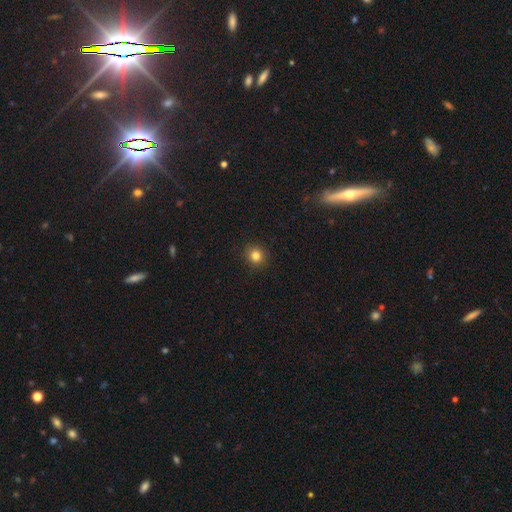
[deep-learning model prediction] This is clearly a smooth galaxy (83%). How rounded: clearly round (89%). Merging: clearly none (91%).